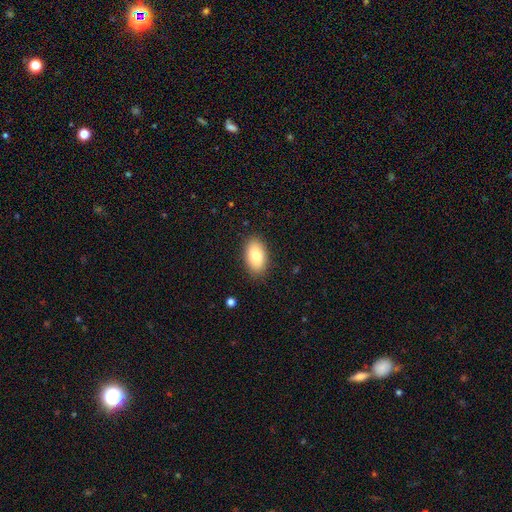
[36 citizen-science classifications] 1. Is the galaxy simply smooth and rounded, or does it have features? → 86% smooth, 11% featured or disk, 3% star or artifact.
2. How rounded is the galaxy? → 87% in between, 10% round, 3% cigar-shaped.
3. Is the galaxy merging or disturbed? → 89% none, 9% minor disturbance, 3% major disturbance, 0% merger.